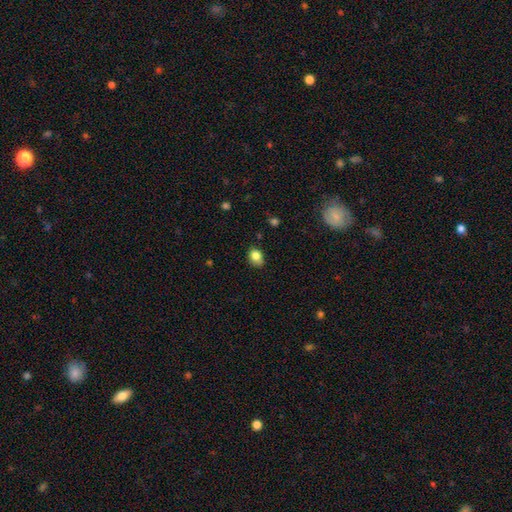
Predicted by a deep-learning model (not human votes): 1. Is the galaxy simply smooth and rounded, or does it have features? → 83% smooth, 10% star or artifact, 7% featured or disk.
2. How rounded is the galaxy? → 64% in between, 35% round, 1% cigar-shaped.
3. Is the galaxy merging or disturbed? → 77% none, 18% minor disturbance, 3% major disturbance, 1% merger.